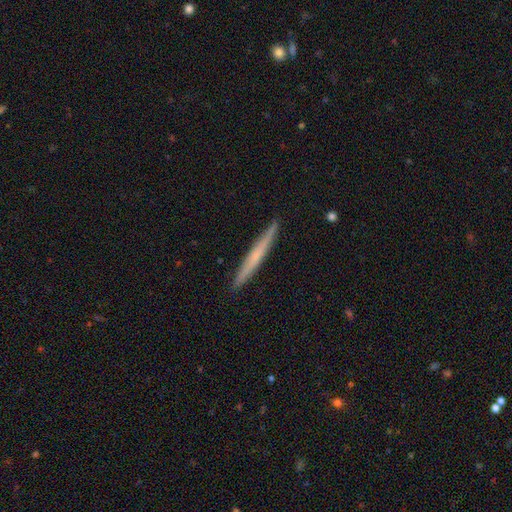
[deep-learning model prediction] A smooth galaxy with no disk features (48%).

Vote fractions:
- Smooth or featured? smooth: 48% / featured or disk: 47% / star or artifact: 6%
- Merging? none: 93% / minor disturbance: 5% / major disturbance: 1% / merger: 1%